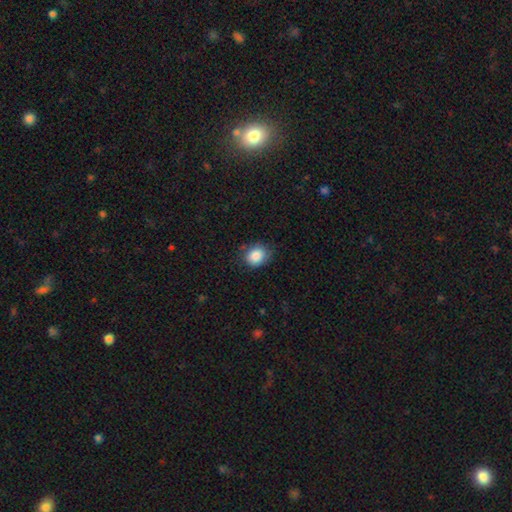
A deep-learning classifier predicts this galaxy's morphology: A smooth galaxy with no disk features (86%) that is round (65%).

Vote fractions:
- Smooth or featured? smooth: 86% / star or artifact: 8% / featured or disk: 5%
- How rounded? round: 65% / in between: 34% / cigar-shaped: 1%
- Merging? none: 75% / minor disturbance: 20% / major disturbance: 4% / merger: 1%